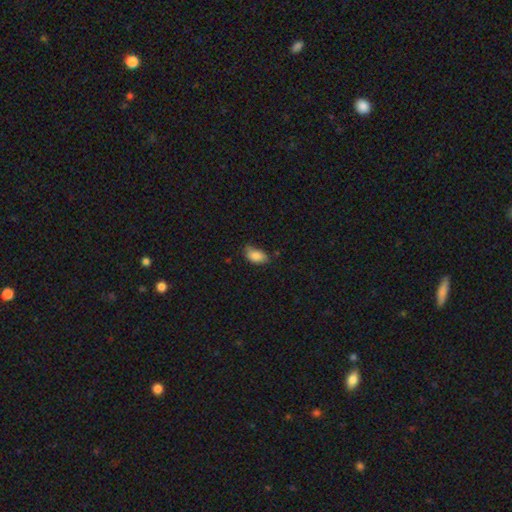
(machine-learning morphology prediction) A smooth galaxy with no disk features (85%) that is in between round and cigar-shaped (91%).

Vote fractions:
- Smooth or featured? smooth: 85% / star or artifact: 8% / featured or disk: 7%
- How rounded? in between: 91% / round: 6% / cigar-shaped: 3%
- Merging? none: 55% / minor disturbance: 35% / major disturbance: 7% / merger: 3%